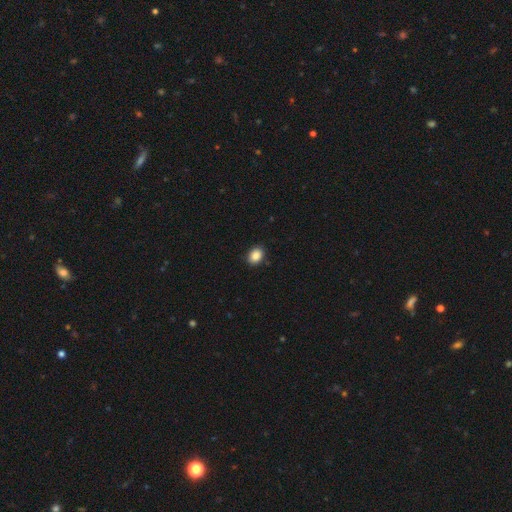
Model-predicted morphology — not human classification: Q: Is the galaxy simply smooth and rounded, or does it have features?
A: smooth — 88%.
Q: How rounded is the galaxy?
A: in between — 63%.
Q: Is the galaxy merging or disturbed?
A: none — 90%.